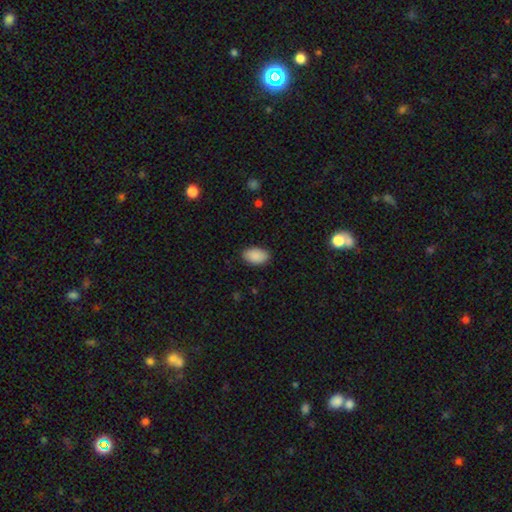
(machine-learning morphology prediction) smooth_or_featured: smooth (p=0.90) [alt: star or artifact p=0.07]
how_rounded: in between (p=0.93) [alt: round p=0.05]
merging: none (p=0.87) [alt: minor disturbance p=0.09]